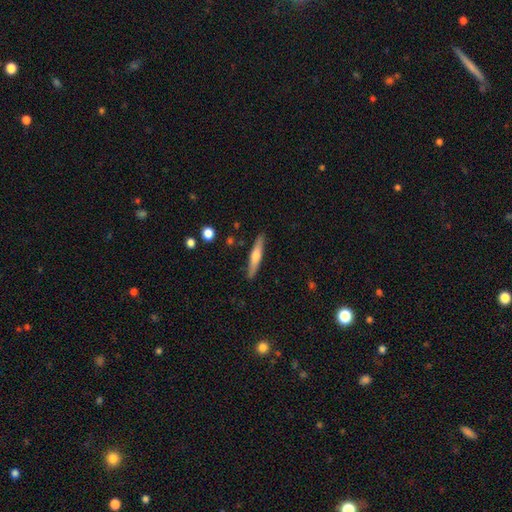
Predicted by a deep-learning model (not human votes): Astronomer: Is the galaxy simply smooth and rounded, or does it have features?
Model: smooth — 51% (runner-up: featured or disk, 43%).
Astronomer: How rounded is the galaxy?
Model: cigar-shaped — 90%.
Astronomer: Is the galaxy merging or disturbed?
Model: none — 88%.